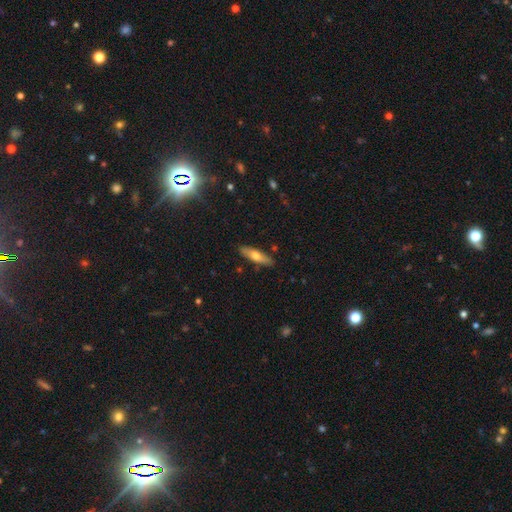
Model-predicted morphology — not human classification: Smooth or featured? smooth (60%)
How rounded? cigar-shaped (67%)
Merging? none (87%)